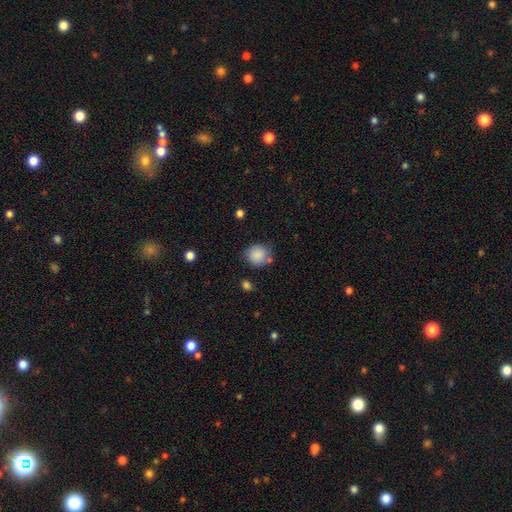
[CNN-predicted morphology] smooth_or_featured: smooth (p=0.87) [alt: star or artifact p=0.08]
how_rounded: round (p=0.86) [alt: in between p=0.13]
merging: none (p=0.71) [alt: minor disturbance p=0.16]